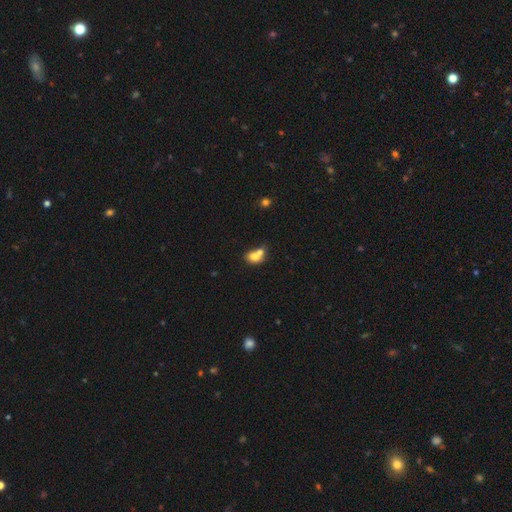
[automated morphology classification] Smooth or featured? smooth (74%)
How rounded? in between (55%)
Merging? merger (63%)